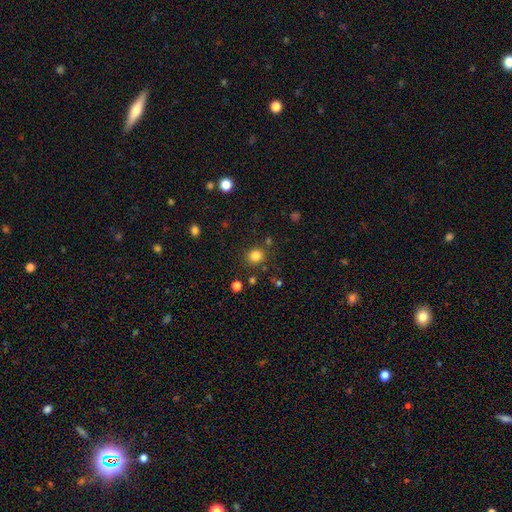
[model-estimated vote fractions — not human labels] smooth 82%, star or artifact 13%, featured or disk 5%. Down the decision tree: how rounded — round (85%); merging — none (83%).